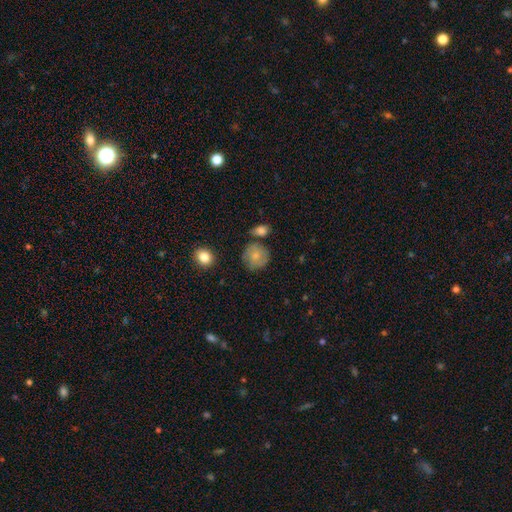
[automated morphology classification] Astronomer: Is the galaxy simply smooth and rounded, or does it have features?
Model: smooth — 68%.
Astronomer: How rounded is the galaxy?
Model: round — 87%.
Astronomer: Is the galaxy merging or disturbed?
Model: none — 68%.